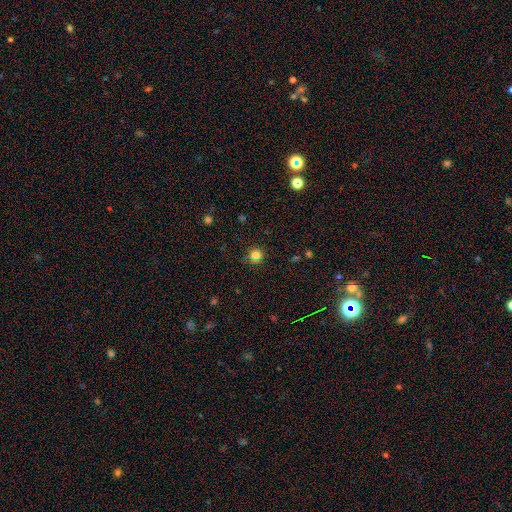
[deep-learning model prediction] A smooth galaxy with no disk features (79%) that is round (91%). Merging: none (82%).